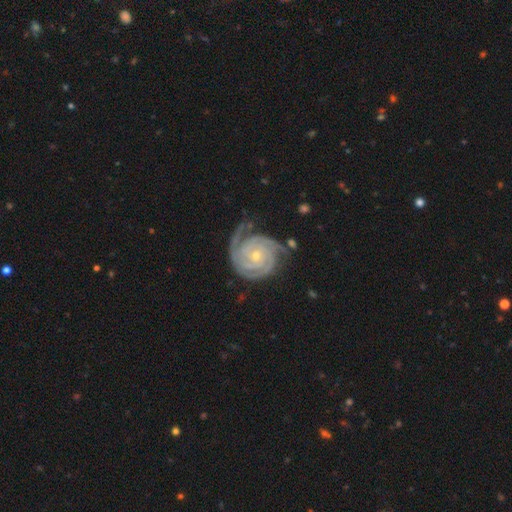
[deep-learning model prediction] Smooth or featured?
  - featured or disk: 92% *
  - smooth: 4%
  - star or artifact: 4%
Edge-on disk?
  - no: 98% *
  - yes: 2%
Bar?
  - no: 71% *
  - weak: 21%
  - strong: 8%
Spiral arms?
  - yes: 99% *
  - no: 1%
Spiral winding?
  - tight: 82% *
  - medium: 16%
  - loose: 2%
Spiral arm count?
  - 3: 40% *
  - 2: 25%
  - 4: 15%
  - can't tell: 10%
  - more than 4: 5%
  - 1: 5%
Bulge size?
  - small: 68% *
  - moderate: 29%
  - none: 1%
  - large: 1%
  - dominant: 1%
Merging?
  - none: 66% *
  - minor disturbance: 22%
  - major disturbance: 9%
  - merger: 3%